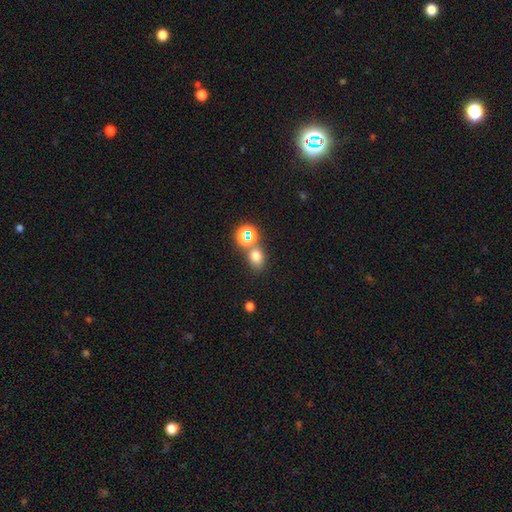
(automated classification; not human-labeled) A smooth galaxy with no disk features (68%) that is in between round and cigar-shaped (52%). Merging: none (65%).